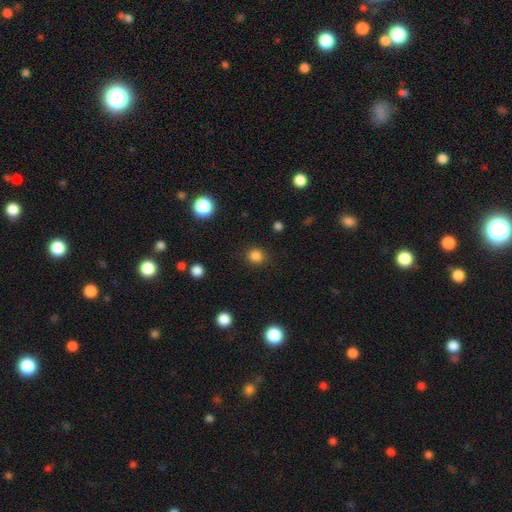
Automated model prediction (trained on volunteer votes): A smooth galaxy with no disk features (83%) that is round (89%). Merging: none (88%).